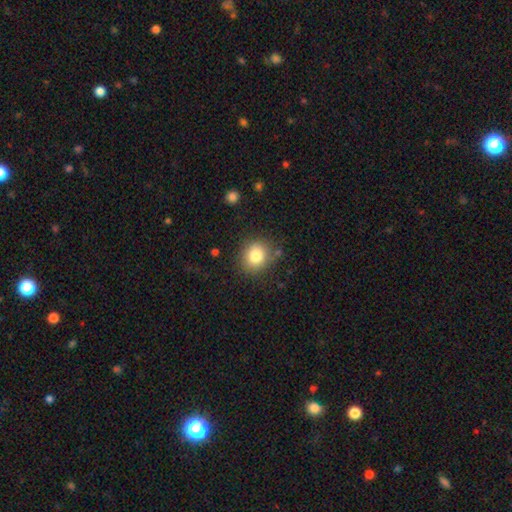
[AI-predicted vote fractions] This appears to be a smooth galaxy with no disk features (81%) that is round (79%). Merging: none (81%).